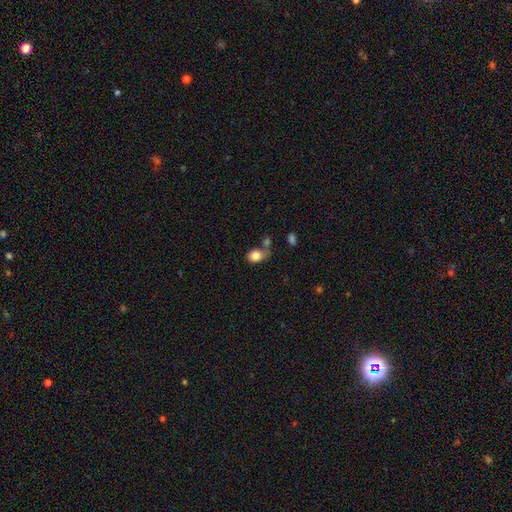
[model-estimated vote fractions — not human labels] Smooth or featured: smooth — 83% (star or artifact — 9%)
How rounded: in between — 58% (round — 41%)
Merging: none — 46% (merger — 23%)